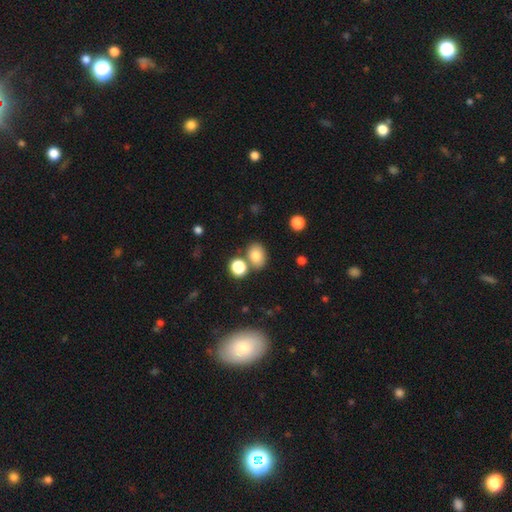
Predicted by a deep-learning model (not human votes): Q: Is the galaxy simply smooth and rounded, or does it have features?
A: smooth — 80%.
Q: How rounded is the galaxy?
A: in between — 63%.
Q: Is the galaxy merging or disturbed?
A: none — 70%.